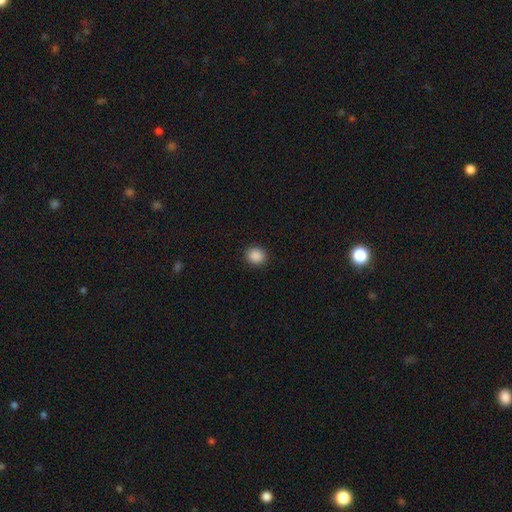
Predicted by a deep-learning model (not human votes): smooth_or_featured: smooth (p=0.89) [alt: star or artifact p=0.09]
how_rounded: round (p=0.82) [alt: in between p=0.17]
merging: none (p=0.91) [alt: minor disturbance p=0.06]